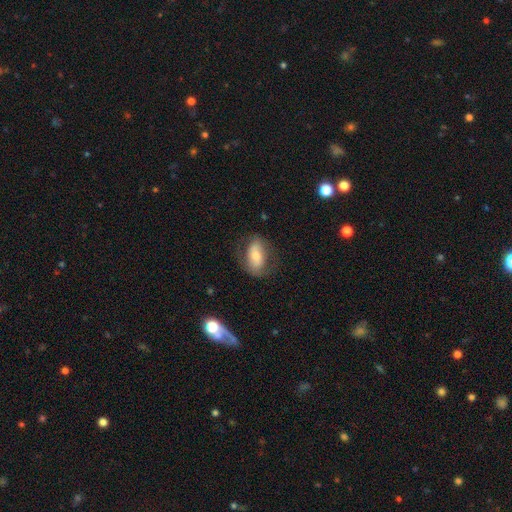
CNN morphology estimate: This appears to be a smooth galaxy with no disk features (54%) that is in between round and cigar-shaped (87%). Merging: none (67%).